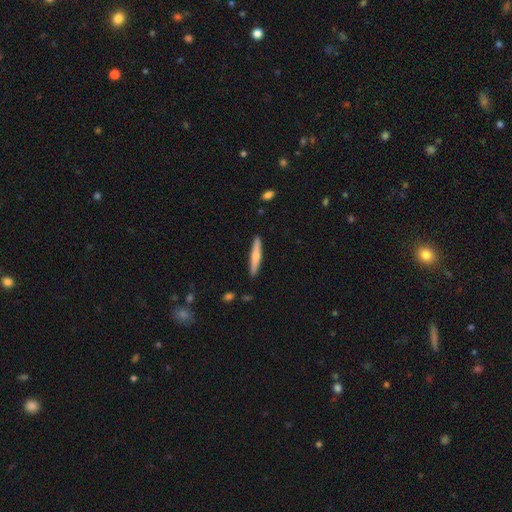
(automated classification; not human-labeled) Smooth or featured: smooth — 52% (featured or disk — 42%)
How rounded: cigar-shaped — 92% (in between — 7%)
Merging: none — 90% (minor disturbance — 7%)